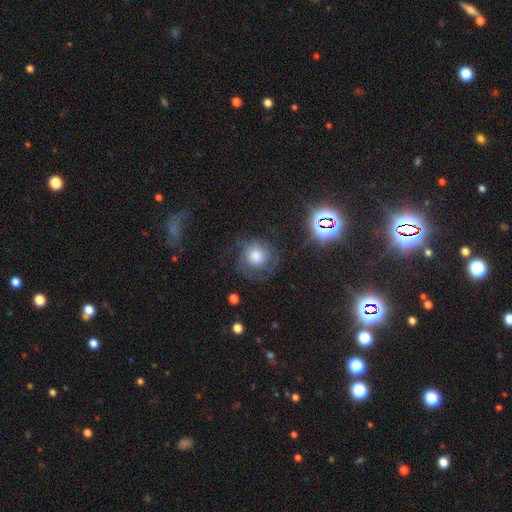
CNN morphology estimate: Smooth or featured: featured or disk — 58% (smooth — 29%)
Edge-on disk: no — 97% (yes — 3%)
Bar: no — 80% (weak — 17%)
Spiral arms: yes — 88% (no — 12%)
Spiral winding: tight — 44% (medium — 39%)
Spiral arm count: 2 — 32% (can't tell — 29%)
Bulge size: large — 43% (moderate — 35%)
Merging: none — 66% (minor disturbance — 16%)